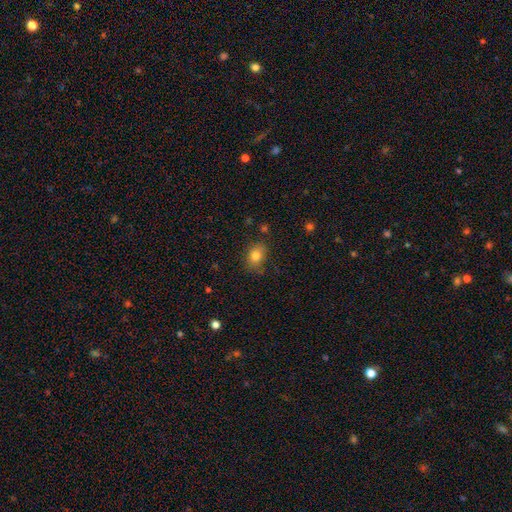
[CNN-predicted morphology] The model was most divided on "how rounded": in between: 65%, round: 34%, cigar-shaped: 1%. More confident: smooth or featured — smooth (80%); merging — none (79%).